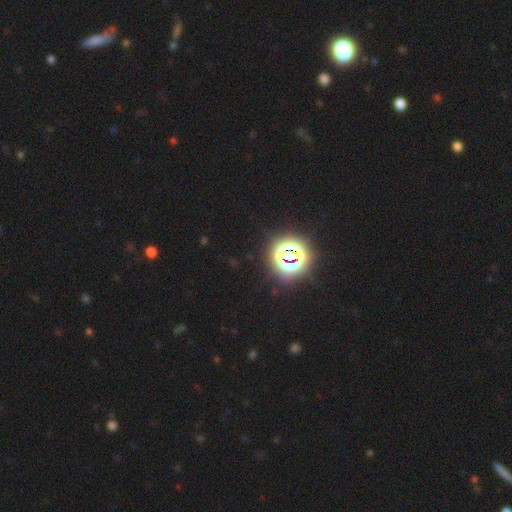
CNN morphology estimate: This appears to be a star or artifact, not a galaxy (80%).